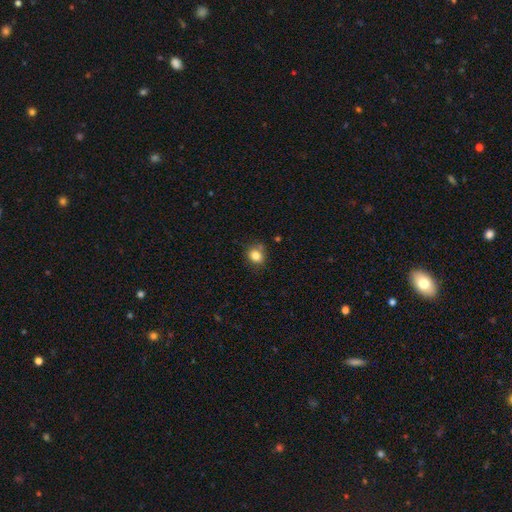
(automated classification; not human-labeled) Smooth or featured?
  - smooth: 82% *
  - star or artifact: 11%
  - featured or disk: 7%
How rounded?
  - round: 68% *
  - in between: 31%
  - cigar-shaped: 1%
Merging?
  - none: 75% *
  - minor disturbance: 17%
  - merger: 5%
  - major disturbance: 4%